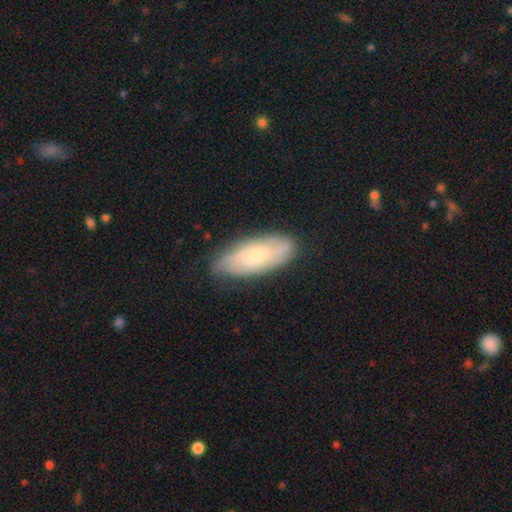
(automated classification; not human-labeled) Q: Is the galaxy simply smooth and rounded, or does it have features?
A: featured or disk — 55%.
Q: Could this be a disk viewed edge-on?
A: no — 85%.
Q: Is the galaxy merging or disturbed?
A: none — 76%.